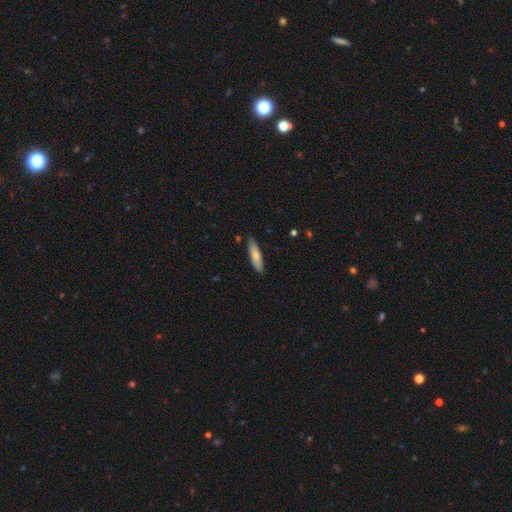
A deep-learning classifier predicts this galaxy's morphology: smooth_or_featured: smooth (p=0.71) [alt: featured or disk p=0.23]
how_rounded: cigar-shaped (p=0.68) [alt: in between p=0.30]
merging: none (p=0.86) [alt: minor disturbance p=0.11]